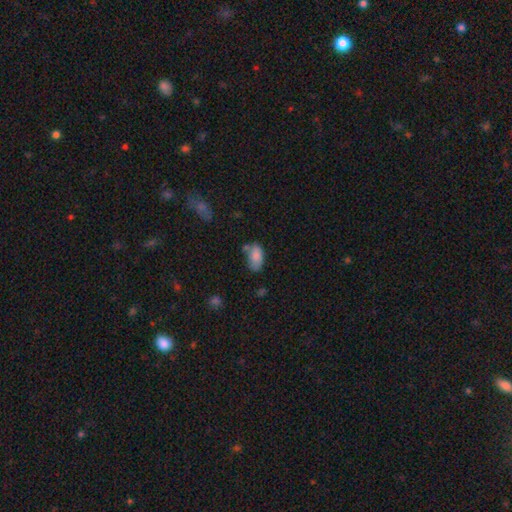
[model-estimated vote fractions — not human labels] Q: Smooth or featured?
A: smooth (83%); runner-up: featured or disk (9%)
Q: How rounded?
A: in between (93%); runner-up: round (5%)
Q: Merging?
A: none (48%); runner-up: minor disturbance (28%)